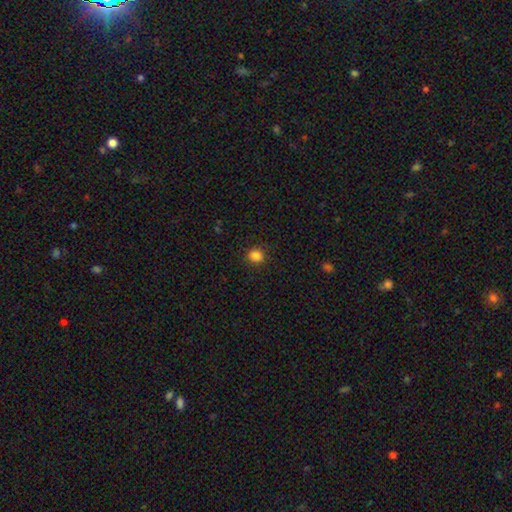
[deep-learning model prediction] Overall: smooth (85%). How rounded: round (79%). Merging: none (90%).